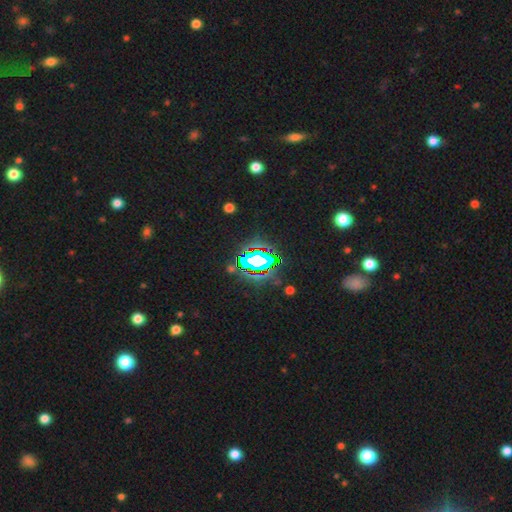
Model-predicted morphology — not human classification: The model was most divided on "smooth or featured": star or artifact: 71%, smooth: 17%, featured or disk: 12%.